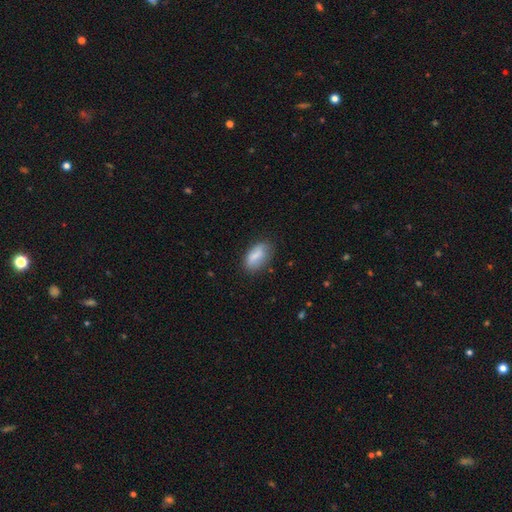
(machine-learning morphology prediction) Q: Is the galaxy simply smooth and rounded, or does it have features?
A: smooth — 79%.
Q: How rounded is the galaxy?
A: in between — 90%.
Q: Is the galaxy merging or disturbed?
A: none — 71%.